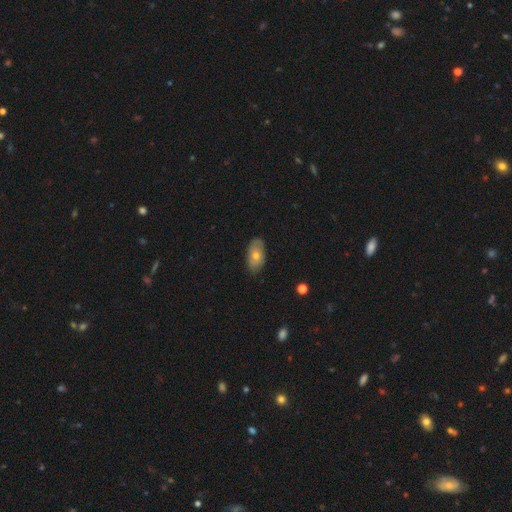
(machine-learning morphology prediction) Q: Smooth or featured?
A: smooth (59%); runner-up: featured or disk (33%)
Q: How rounded?
A: in between (91%); runner-up: round (6%)
Q: Merging?
A: none (80%); runner-up: minor disturbance (17%)